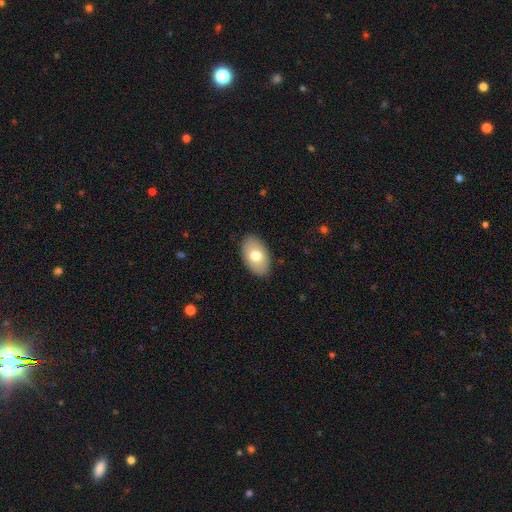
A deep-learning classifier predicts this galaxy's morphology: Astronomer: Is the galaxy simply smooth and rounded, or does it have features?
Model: smooth — 72%.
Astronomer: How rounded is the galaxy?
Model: in between — 93%.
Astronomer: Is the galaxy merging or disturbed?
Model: none — 87%.